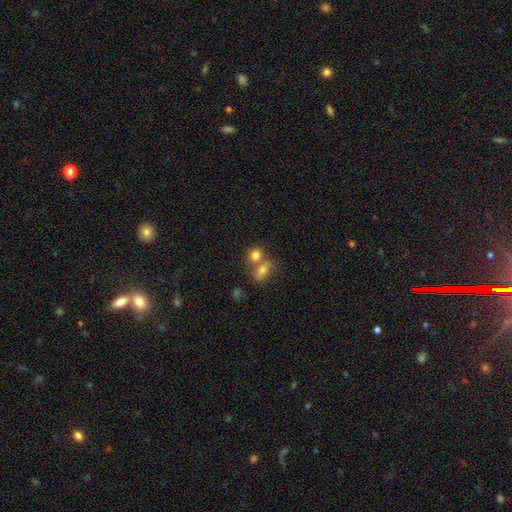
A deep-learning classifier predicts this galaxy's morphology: A smooth galaxy with no disk features (78%) that is round (55%).

Vote fractions:
- Smooth or featured? smooth: 78% / featured or disk: 11% / star or artifact: 11%
- How rounded? round: 55% / in between: 42% / cigar-shaped: 3%
- Merging? merger: 47% / none: 40% / minor disturbance: 9% / major disturbance: 4%